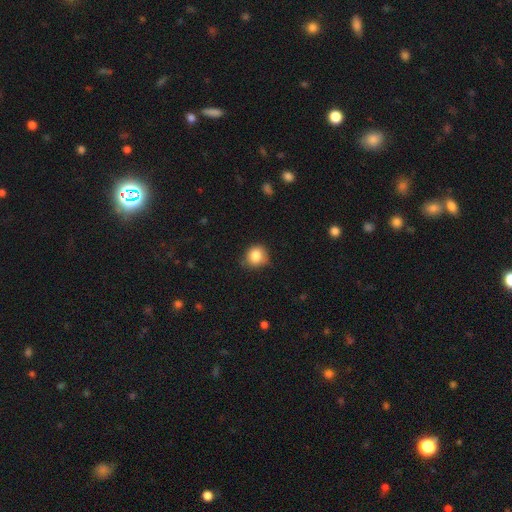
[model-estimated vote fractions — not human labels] smooth 83%, star or artifact 10%, featured or disk 7%. Down the decision tree: how rounded — round (83%); merging — none (73%).